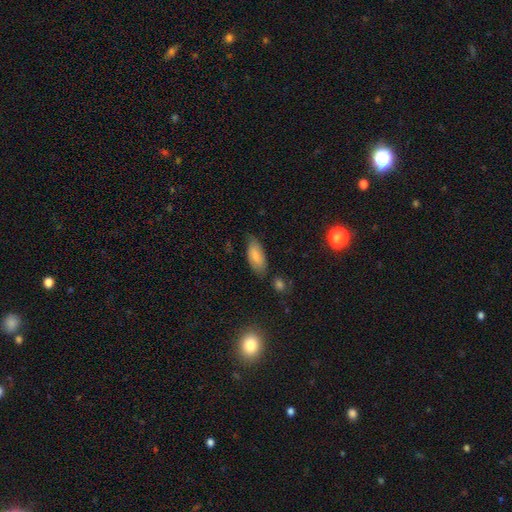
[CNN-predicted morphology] Smooth or featured: smooth — 76% (featured or disk — 17%)
How rounded: in between — 87% (cigar-shaped — 11%)
Merging: none — 68% (minor disturbance — 24%)